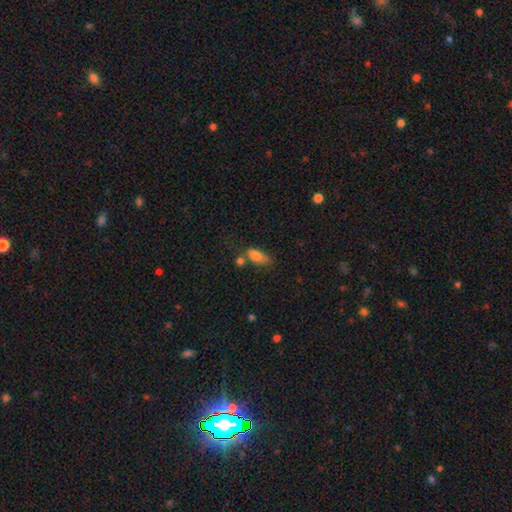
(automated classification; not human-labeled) Q: Smooth or featured?
A: smooth (82%); runner-up: featured or disk (9%)
Q: How rounded?
A: in between (84%); runner-up: cigar-shaped (12%)
Q: Merging?
A: none (43%); runner-up: minor disturbance (26%)